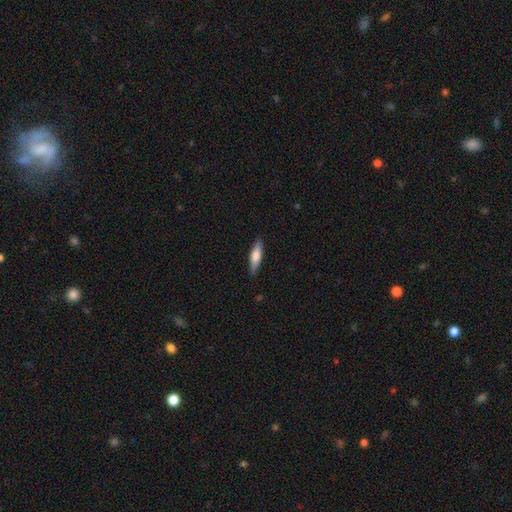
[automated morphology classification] This appears to be a smooth galaxy with no disk features (66%) that is cigar-shaped (66%). Merging: none (87%).